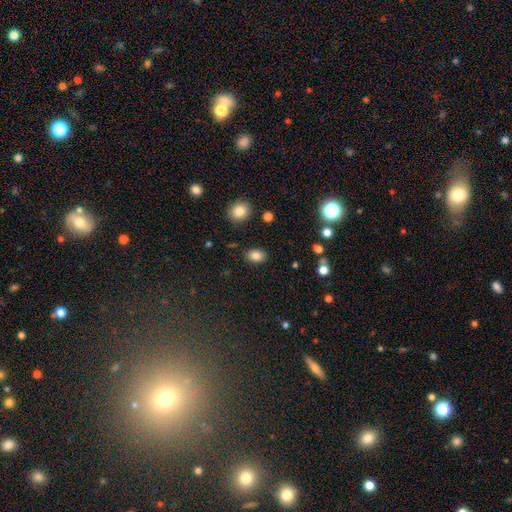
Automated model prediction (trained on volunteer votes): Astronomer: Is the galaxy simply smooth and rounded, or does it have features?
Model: smooth — 84%.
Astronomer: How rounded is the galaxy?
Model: in between — 76%.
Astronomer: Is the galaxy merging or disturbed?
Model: none — 87%.